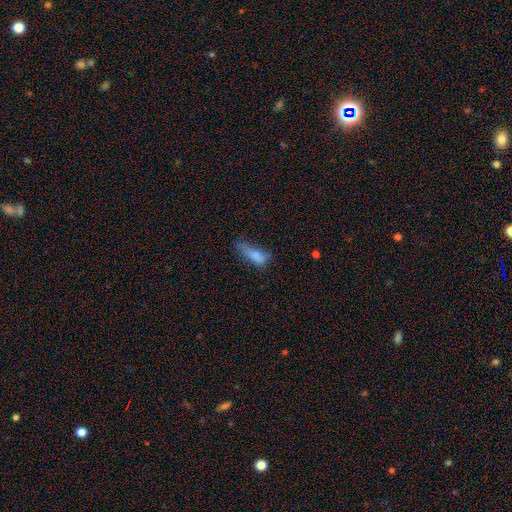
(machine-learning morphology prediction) Smooth or featured? Predicted: smooth (p=0.76). How rounded? Predicted: in between (p=0.60). Merging? Predicted: minor disturbance (p=0.36).